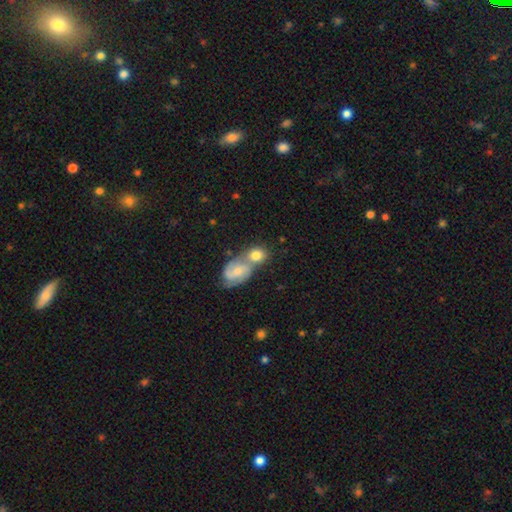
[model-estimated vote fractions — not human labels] Q: Smooth or featured?
A: smooth (59%); runner-up: featured or disk (33%)
Q: How rounded?
A: round (55%); runner-up: in between (43%)
Q: Merging?
A: merger (59%); runner-up: none (29%)